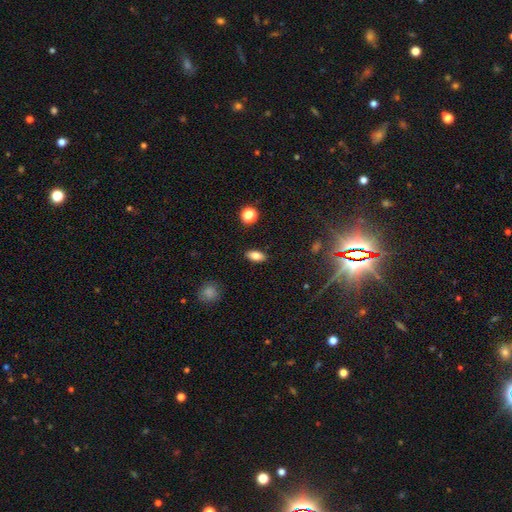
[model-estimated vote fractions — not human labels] Smooth or featured? Predicted: smooth (p=0.80). How rounded? Predicted: in between (p=0.87). Merging? Predicted: none (p=0.88).